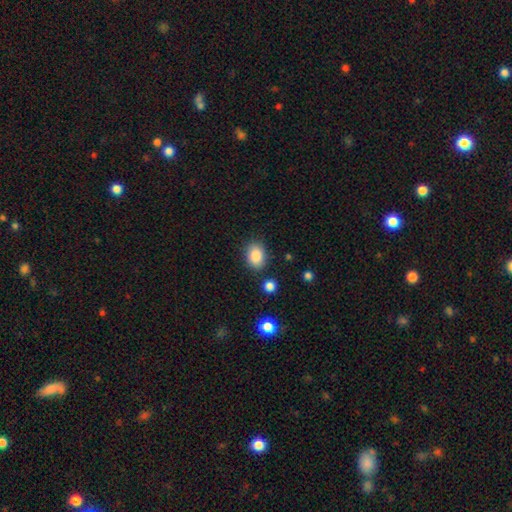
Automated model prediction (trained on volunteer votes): Smooth or featured? smooth (86%)
How rounded? in between (67%)
Merging? none (82%)